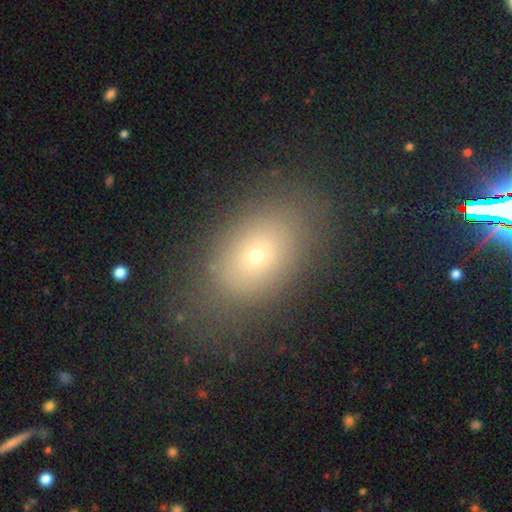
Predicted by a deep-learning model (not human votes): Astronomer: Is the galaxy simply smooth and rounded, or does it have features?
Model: smooth — 65%.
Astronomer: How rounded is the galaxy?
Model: in between — 75%.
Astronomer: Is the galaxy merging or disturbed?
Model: none — 78%.